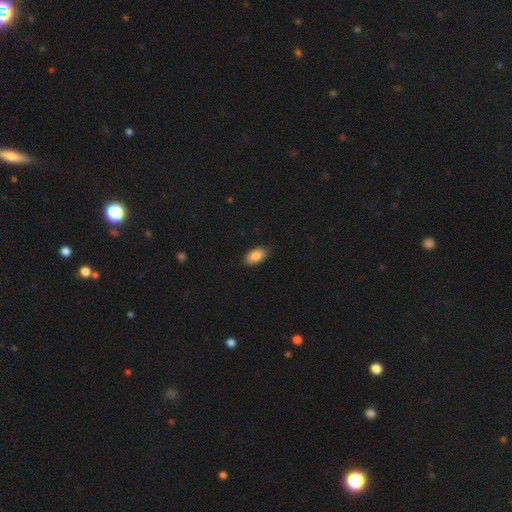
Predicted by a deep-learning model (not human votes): Smooth or featured? smooth (87%)
How rounded? in between (94%)
Merging? none (87%)